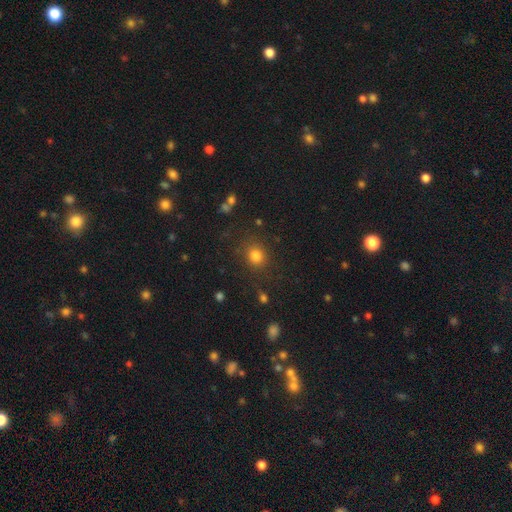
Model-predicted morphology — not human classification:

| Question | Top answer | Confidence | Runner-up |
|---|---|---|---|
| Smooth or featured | smooth | 80% | star or artifact (14%) |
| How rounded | round | 78% | in between (21%) |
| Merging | none | 82% | minor disturbance (10%) |